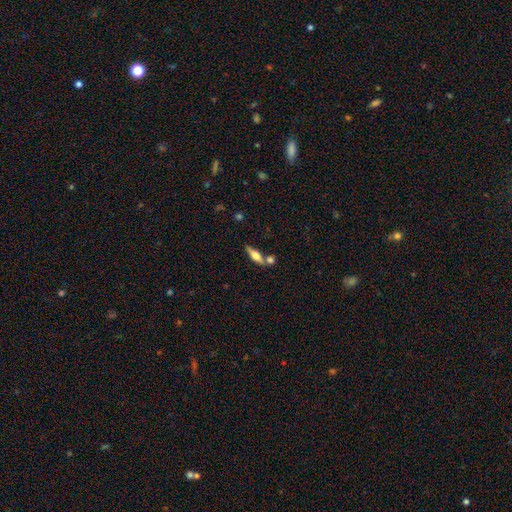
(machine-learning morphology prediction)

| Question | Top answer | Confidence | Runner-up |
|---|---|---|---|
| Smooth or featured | featured or disk | 52% | smooth (41%) |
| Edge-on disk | yes | 93% | no (7%) |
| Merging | none | 66% | merger (19%) |